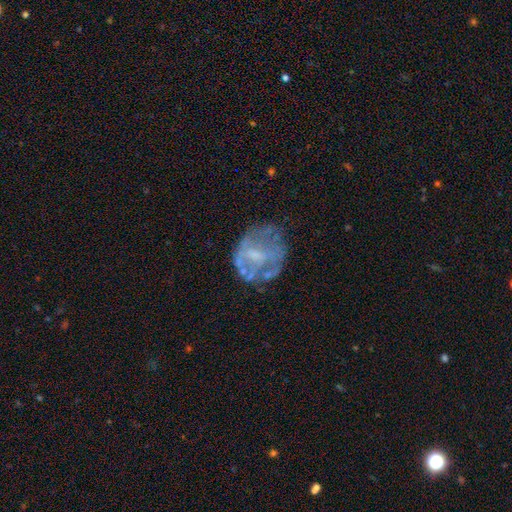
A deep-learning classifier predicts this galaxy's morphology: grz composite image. It shows a featured or disk galaxy (65%) with no bar (56%), no spiral arms (72%) and a small central bulge (38%). Merging: none (51%).